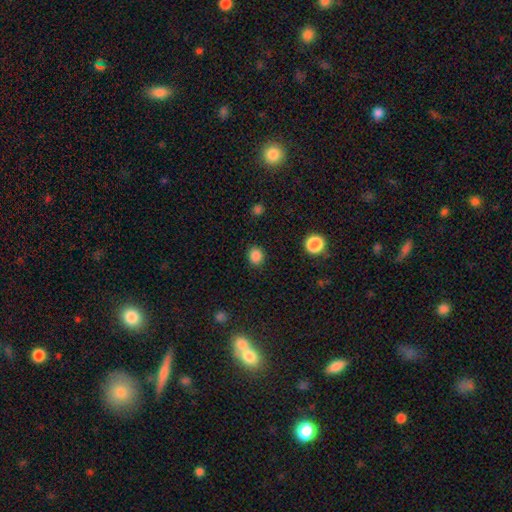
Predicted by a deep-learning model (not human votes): smooth 85%, star or artifact 12%, featured or disk 3%. Down the decision tree: how rounded — round (72%); merging — none (89%).